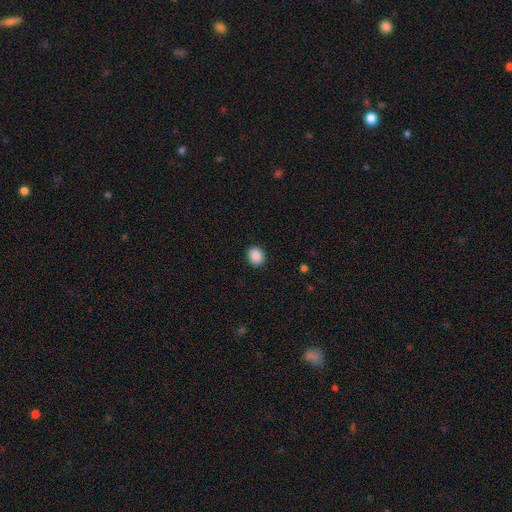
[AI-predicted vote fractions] Overall: smooth (89%). How rounded: round (63%; in between 36%). Merging: none (91%).